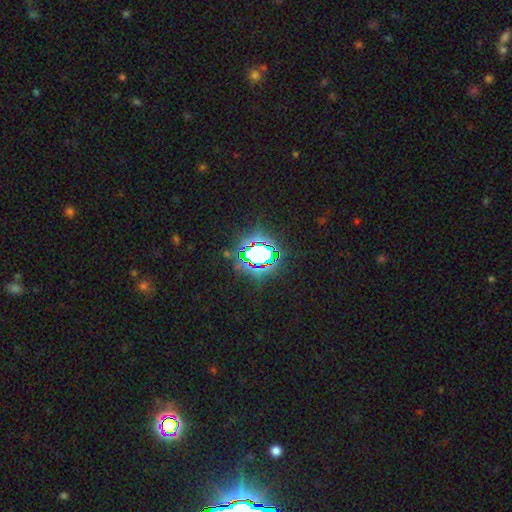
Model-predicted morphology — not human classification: The model was most divided on "smooth or featured": star or artifact: 72%, smooth: 17%, featured or disk: 12%.